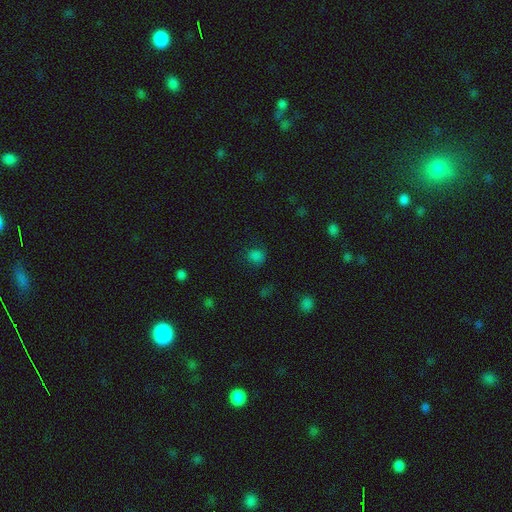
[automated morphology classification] Smooth or featured?
  - smooth: 77% *
  - star or artifact: 19%
  - featured or disk: 4%
How rounded?
  - round: 74% *
  - in between: 25%
  - cigar-shaped: 1%
Merging?
  - none: 77% *
  - minor disturbance: 16%
  - major disturbance: 5%
  - merger: 2%